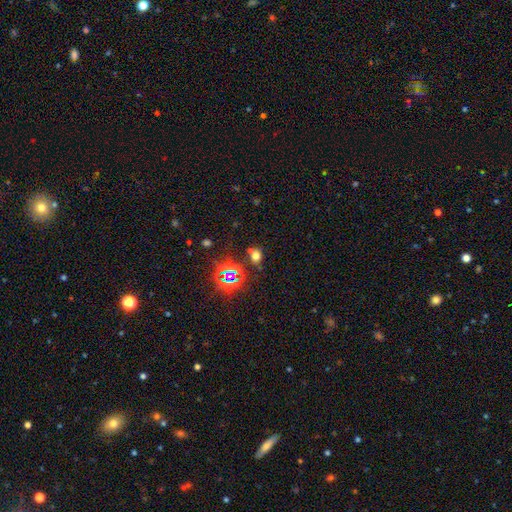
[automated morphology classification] The model was most divided on "how rounded": round: 56%, in between: 42%, cigar-shaped: 2%. More confident: merging — none (72%); smooth or featured — smooth (55%).